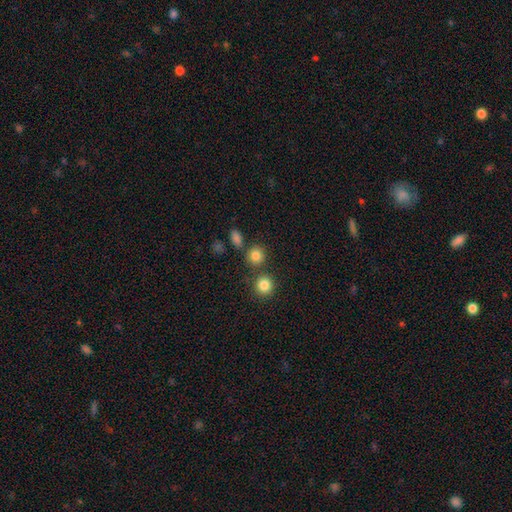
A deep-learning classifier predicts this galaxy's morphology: Q: Smooth or featured?
A: smooth (82%); runner-up: star or artifact (12%)
Q: How rounded?
A: round (86%); runner-up: in between (13%)
Q: Merging?
A: none (75%); runner-up: merger (14%)